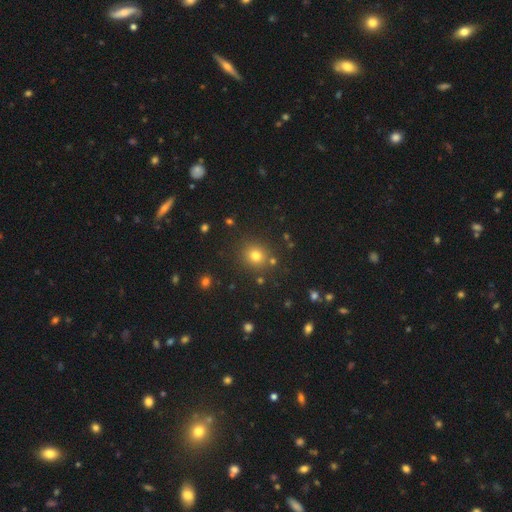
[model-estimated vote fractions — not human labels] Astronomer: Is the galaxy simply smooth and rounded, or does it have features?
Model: smooth — 76%.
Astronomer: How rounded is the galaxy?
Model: round — 87%.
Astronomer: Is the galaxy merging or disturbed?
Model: none — 85%.